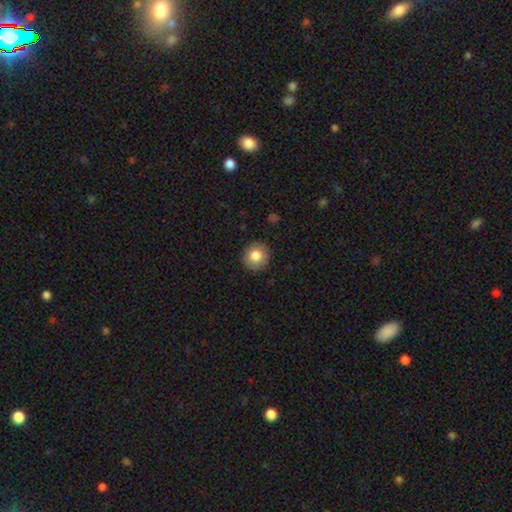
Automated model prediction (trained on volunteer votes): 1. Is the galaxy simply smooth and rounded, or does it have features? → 82% smooth, 10% featured or disk, 9% star or artifact.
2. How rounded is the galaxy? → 90% round, 9% in between, 1% cigar-shaped.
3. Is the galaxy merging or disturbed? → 90% none, 7% minor disturbance, 2% major disturbance, 1% merger.